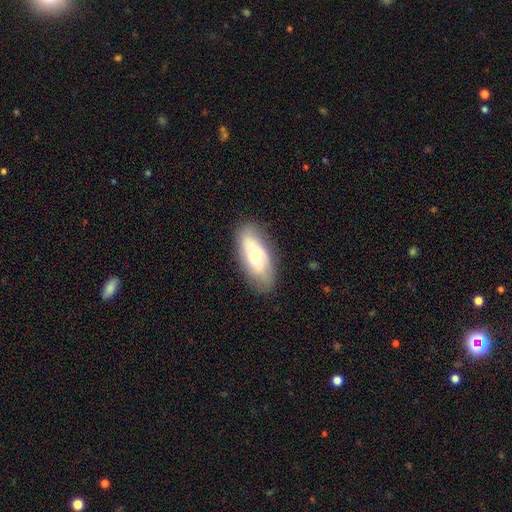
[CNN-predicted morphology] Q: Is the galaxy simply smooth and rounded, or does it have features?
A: smooth — 54%.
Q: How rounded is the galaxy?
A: in between — 84%.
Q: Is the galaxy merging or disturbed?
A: none — 75%.